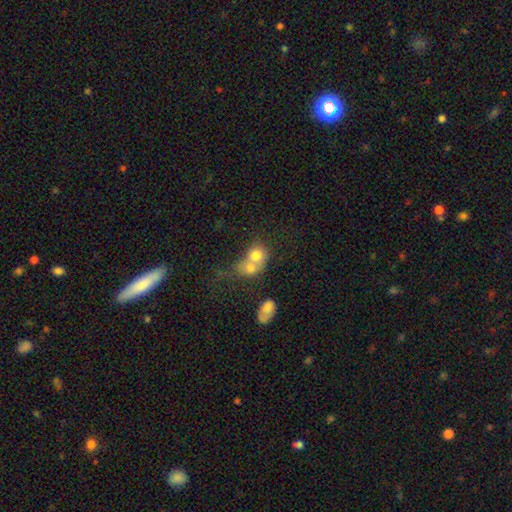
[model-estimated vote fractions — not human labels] Smooth or featured: smooth — 70% (featured or disk — 20%)
How rounded: round — 65% (in between — 34%)
Merging: merger — 71% (none — 18%)